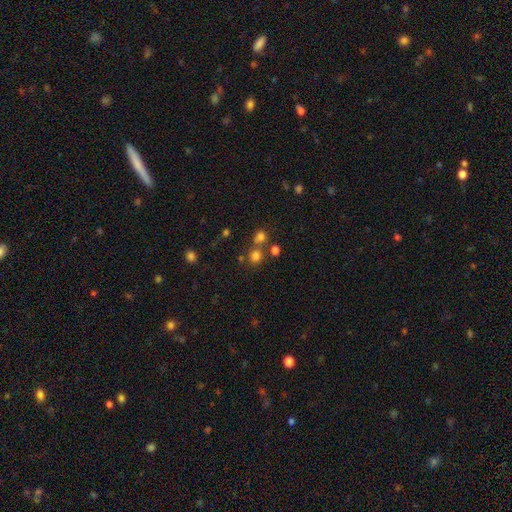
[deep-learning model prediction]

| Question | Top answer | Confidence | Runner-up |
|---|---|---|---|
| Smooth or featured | smooth | 72% | star or artifact (21%) |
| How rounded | round | 89% | in between (10%) |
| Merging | none | 67% | merger (23%) |